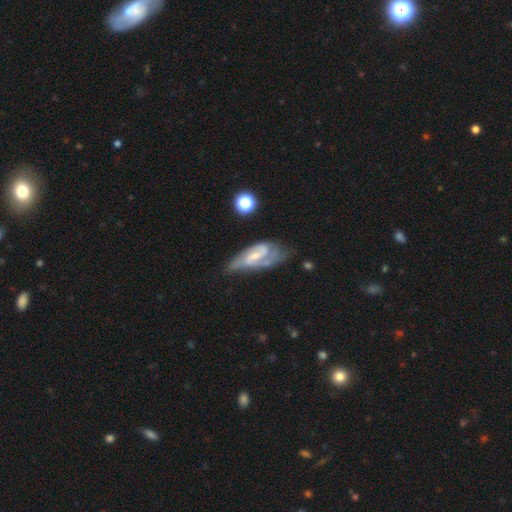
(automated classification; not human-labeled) featured or disk 80%, smooth 14%, star or artifact 6%. Down the decision tree: edge-on disk — no (93%); bar — weak (49%); spiral arms — yes (92%); spiral arm count — 2 (72%); spiral winding — medium (49%); bulge size — small (54%); merging — none (49%).